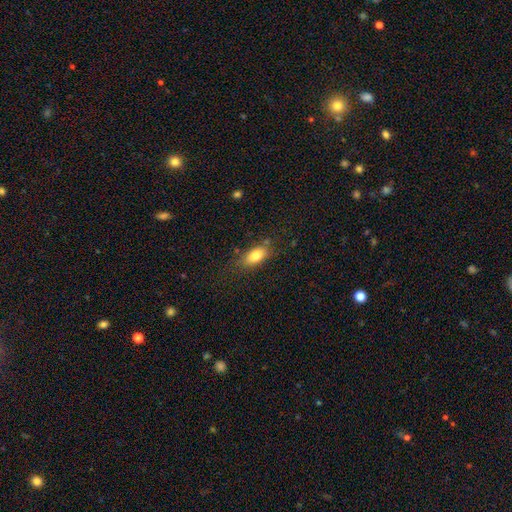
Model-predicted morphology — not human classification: Smooth or featured? Predicted: smooth (p=0.81). How rounded? Predicted: in between (p=0.86). Merging? Predicted: none (p=0.74).